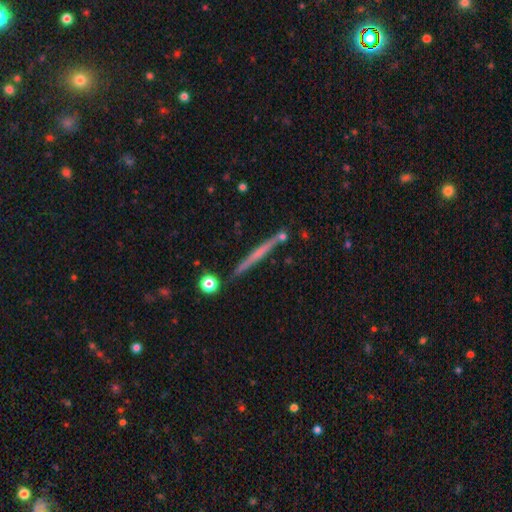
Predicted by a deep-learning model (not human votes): Q: Smooth or featured?
A: featured or disk (57%); runner-up: smooth (36%)
Q: Edge-on disk?
A: yes (98%); runner-up: no (2%)
Q: Edge-on bulge?
A: none (77%); runner-up: rounded (18%)
Q: Merging?
A: none (87%); runner-up: minor disturbance (8%)